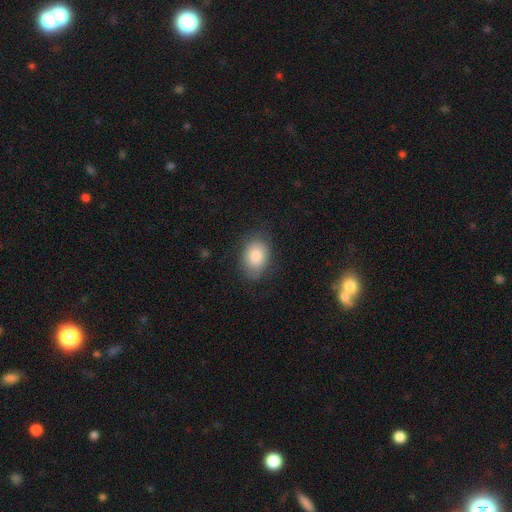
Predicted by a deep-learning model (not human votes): This is clearly a smooth galaxy (82%). How rounded: likely in between (78%). Merging: likely none (77%).